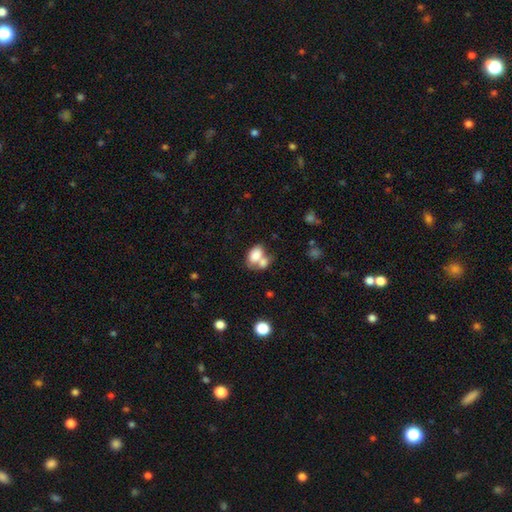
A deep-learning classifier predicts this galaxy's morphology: A smooth galaxy with no disk features (78%) that is in between round and cigar-shaped (86%).

Vote fractions:
- Smooth or featured? smooth: 78% / featured or disk: 13% / star or artifact: 8%
- How rounded? in between: 86% / round: 13% / cigar-shaped: 1%
- Merging? merger: 58% / none: 26% / minor disturbance: 10% / major disturbance: 6%